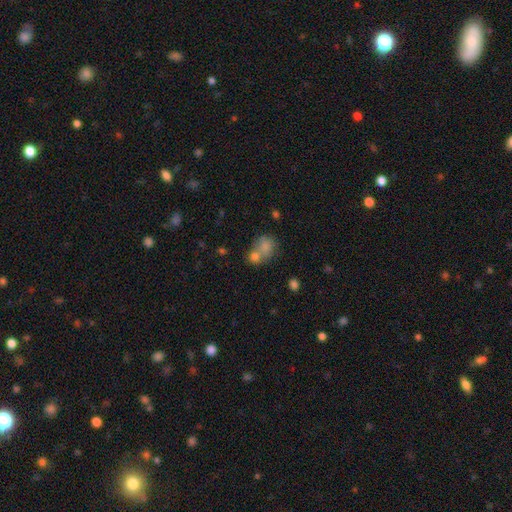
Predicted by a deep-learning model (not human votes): Smooth or featured: smooth — 74% (star or artifact — 13%)
How rounded: round — 59% (in between — 39%)
Merging: merger — 57% (none — 30%)